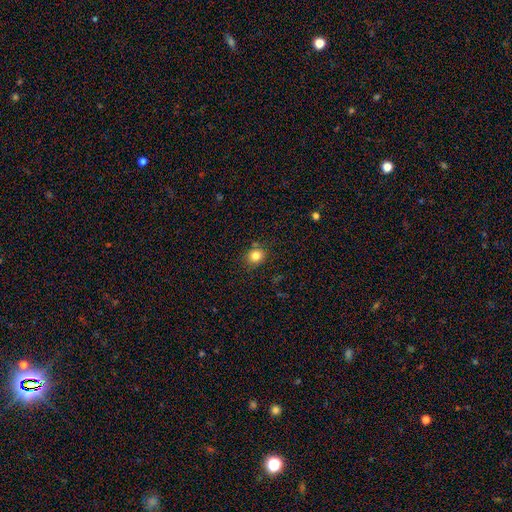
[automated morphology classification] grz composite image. It shows a smooth galaxy with no disk features (82%) that is round (75%). Merging: none (82%).